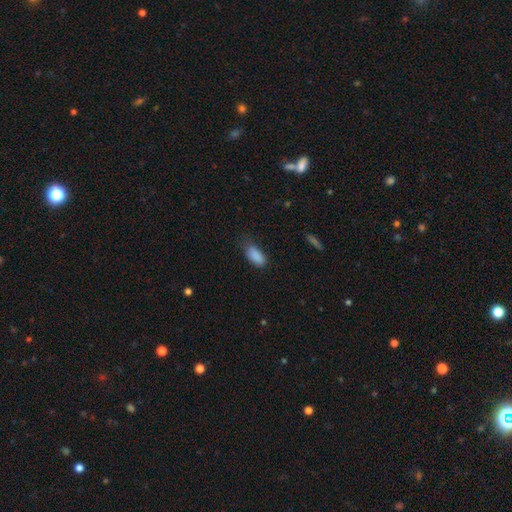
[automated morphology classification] This appears to be a smooth galaxy with no disk features (88%) that is in between round and cigar-shaped (88%). Merging: none (63%).